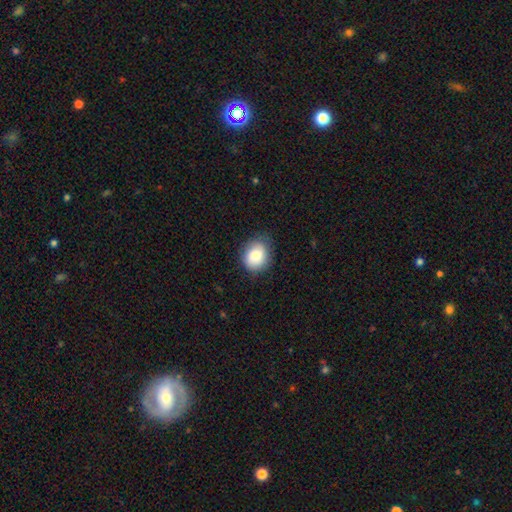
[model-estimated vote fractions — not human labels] A smooth galaxy with no disk features (80%) that is round (61%). Merging: none (76%).